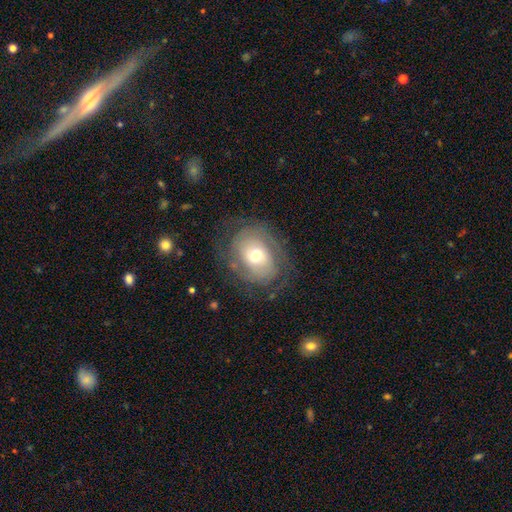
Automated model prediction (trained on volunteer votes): smooth_or_featured: featured or disk (p=0.60) [alt: smooth p=0.31]
disk_edge_on: no (p=0.95) [alt: yes p=0.05]
bar: no (p=0.72) [alt: weak p=0.21]
has_spiral_arms: yes (p=0.76) [alt: no p=0.24]
bulge_size: moderate (p=0.64) [alt: small p=0.24]
merging: none (p=0.67) [alt: minor disturbance p=0.18]